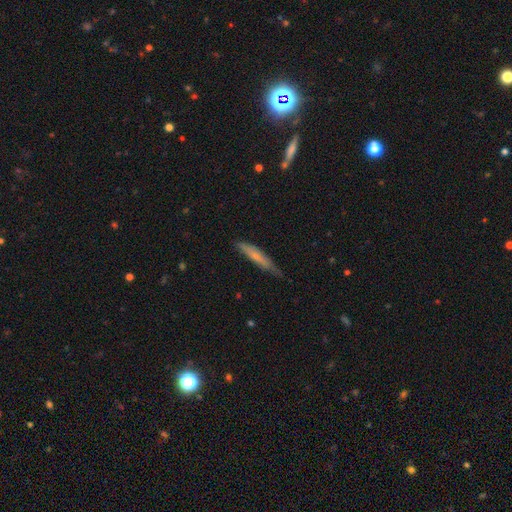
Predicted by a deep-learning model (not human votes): smooth-or-featured: smooth: 60% | featured or disk: 34% | star or artifact: 6%
  how-rounded: cigar-shaped: 91% | in between: 8% | round: 1%
  merging: none: 71% | minor disturbance: 24% | major disturbance: 4% | merger: 1%